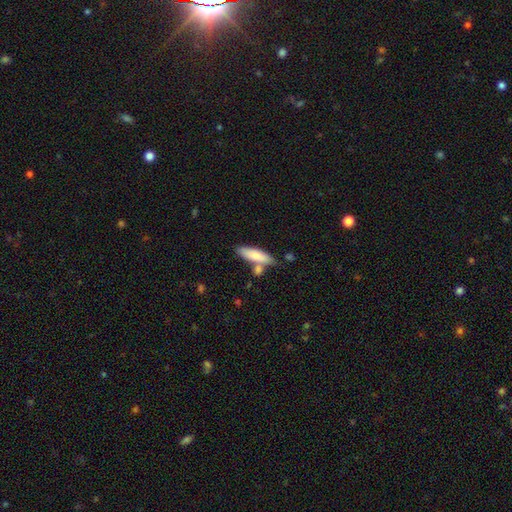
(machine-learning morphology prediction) A smooth galaxy with no disk features (79%) that is cigar-shaped (56%). Merging: none (62%).